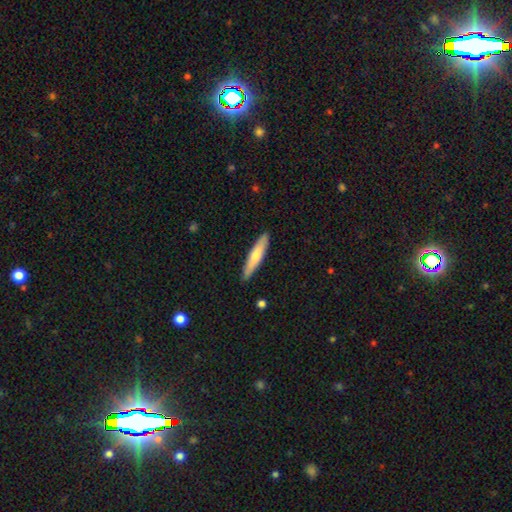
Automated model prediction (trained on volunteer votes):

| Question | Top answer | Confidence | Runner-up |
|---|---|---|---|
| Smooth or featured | smooth | 67% | featured or disk (28%) |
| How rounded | cigar-shaped | 87% | in between (12%) |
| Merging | none | 90% | minor disturbance (7%) |